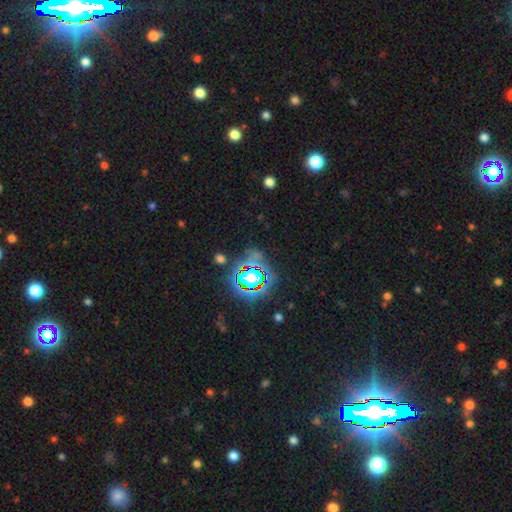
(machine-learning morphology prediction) Smooth or featured? Predicted: star or artifact (p=0.74).